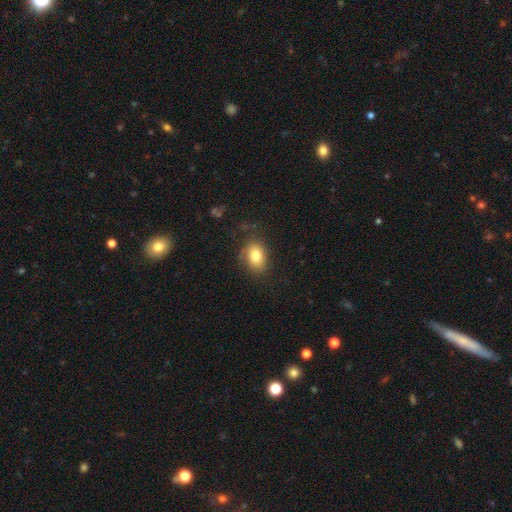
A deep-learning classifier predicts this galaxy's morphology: A smooth galaxy with no disk features (79%) that is in between round and cigar-shaped (71%). Merging: none (73%).